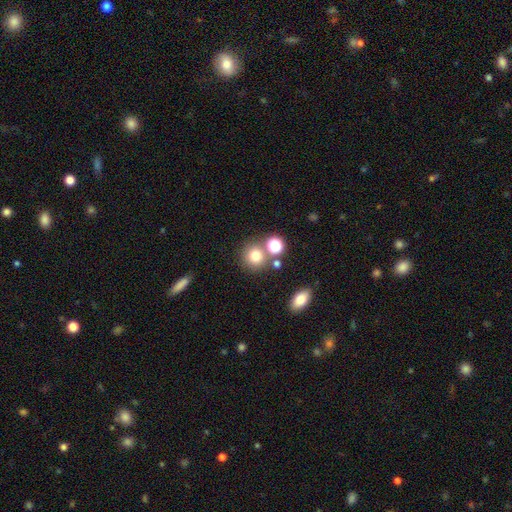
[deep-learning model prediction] smooth-or-featured: smooth: 77% | star or artifact: 15% | featured or disk: 9%
  how-rounded: round: 86% | in between: 13% | cigar-shaped: 1%
  merging: none: 68% | merger: 19% | minor disturbance: 9% | major disturbance: 4%